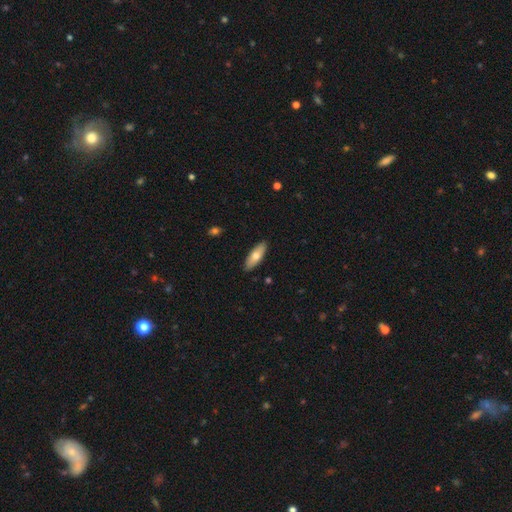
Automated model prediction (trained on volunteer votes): The model was most divided on "how rounded": in between: 65%, cigar-shaped: 33%, round: 2%. More confident: merging — none (89%); smooth or featured — smooth (67%).